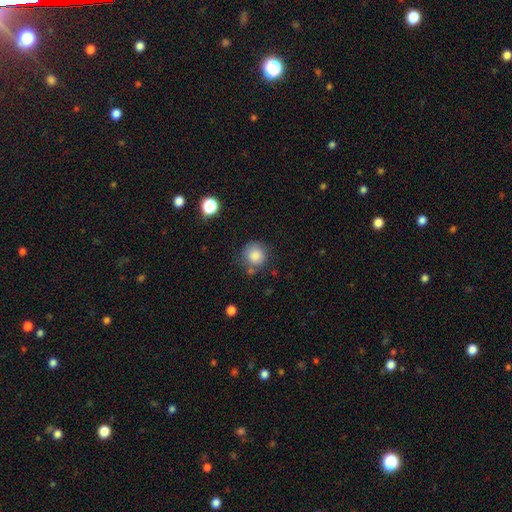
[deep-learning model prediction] Overall: smooth (84%). How rounded: round (91%). Merging: none (73%).